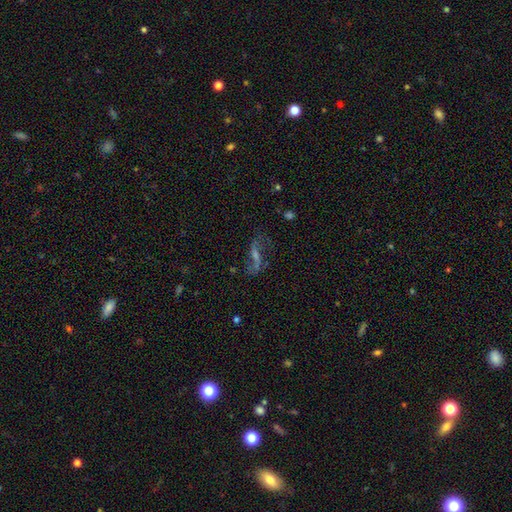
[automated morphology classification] This appears to be a featured or disk galaxy (66%) with a weak bar (42%), spiral arms (83%) and a small central bulge (43%). Merging: none (63%).